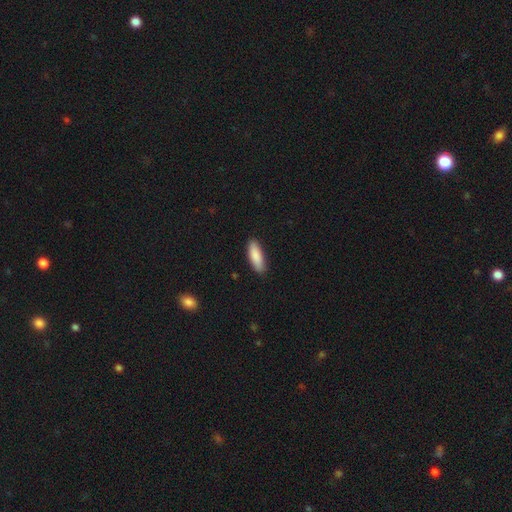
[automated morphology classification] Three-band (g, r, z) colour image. It shows a smooth galaxy with no disk features (88%) that is in between round and cigar-shaped (61%). Merging: none (86%).